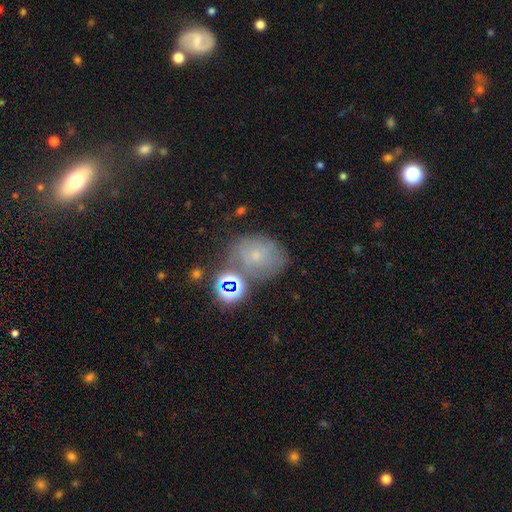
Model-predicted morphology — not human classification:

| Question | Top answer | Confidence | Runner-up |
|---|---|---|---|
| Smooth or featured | smooth | 40% | featured or disk (31%) |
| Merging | none | 56% | minor disturbance (20%) |